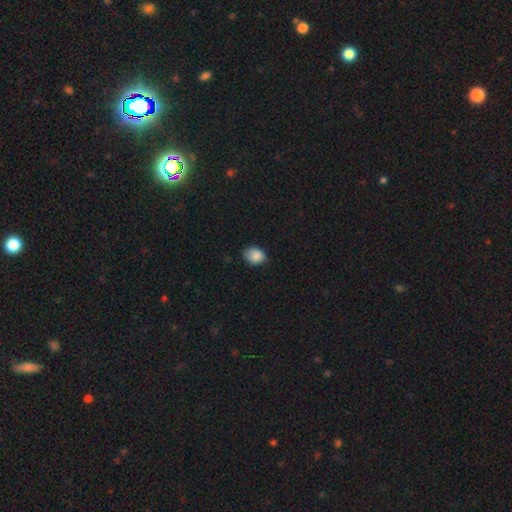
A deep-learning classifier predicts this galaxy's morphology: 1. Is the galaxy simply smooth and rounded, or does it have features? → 86% smooth, 9% star or artifact, 6% featured or disk.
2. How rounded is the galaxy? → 60% in between, 39% round, 1% cigar-shaped.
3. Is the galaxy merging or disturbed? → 66% none, 28% minor disturbance, 4% major disturbance, 1% merger.